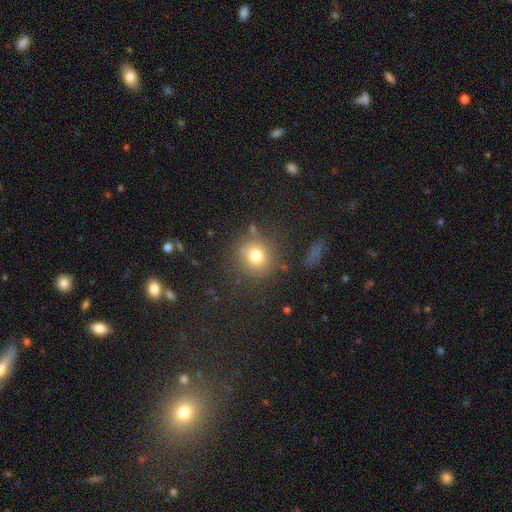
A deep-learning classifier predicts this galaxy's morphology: This is likely a smooth galaxy (77%). How rounded: clearly round (89%). Merging: likely none (78%).